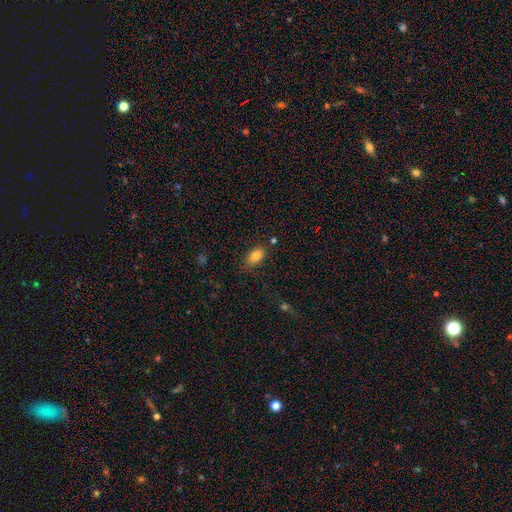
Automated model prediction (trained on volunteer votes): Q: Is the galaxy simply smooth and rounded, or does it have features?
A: smooth — 81%.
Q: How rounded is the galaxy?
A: in between — 88%.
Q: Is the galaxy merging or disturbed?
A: none — 79%.